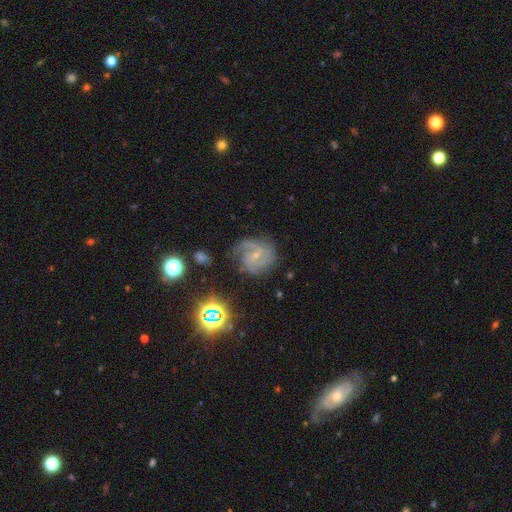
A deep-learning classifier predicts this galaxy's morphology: smooth-or-featured: featured or disk: 81% | star or artifact: 10% | smooth: 10%
  disk-edge-on: no: 98% | yes: 2%
    bar: no: 47% | weak: 43% | strong: 10%
    has-spiral-arms: yes: 96% | no: 4%
      spiral-winding: medium: 48% | tight: 39% | loose: 14%
      spiral-arm-count: 2: 35% | 3: 28% | can't tell: 20% | 1: 6% | 4: 6% | more than 4: 4%
    bulge-size: small: 74% | moderate: 20% | none: 4% | large: 1% | dominant: 1%
  merging: none: 64% | minor disturbance: 22% | major disturbance: 12% | merger: 3%